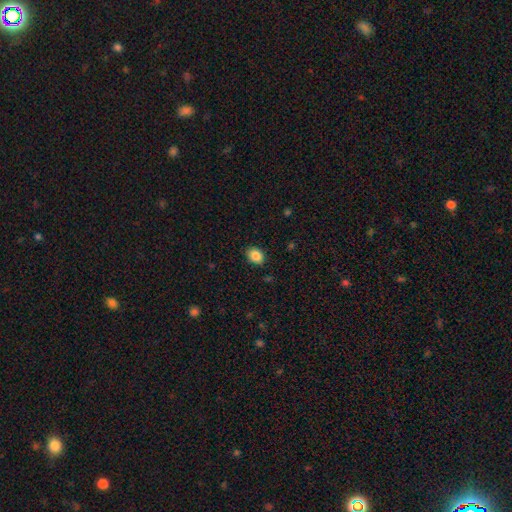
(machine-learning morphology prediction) This is clearly a smooth galaxy (86%). How rounded: likely in between (64%). Merging: clearly none (88%).